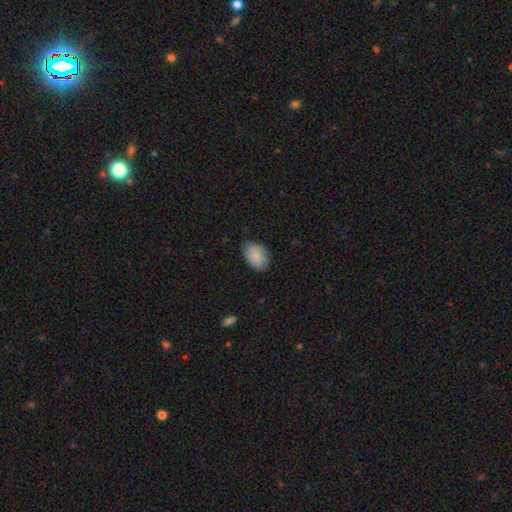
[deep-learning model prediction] Smooth or featured? smooth (87%)
How rounded? in between (83%)
Merging? none (77%)